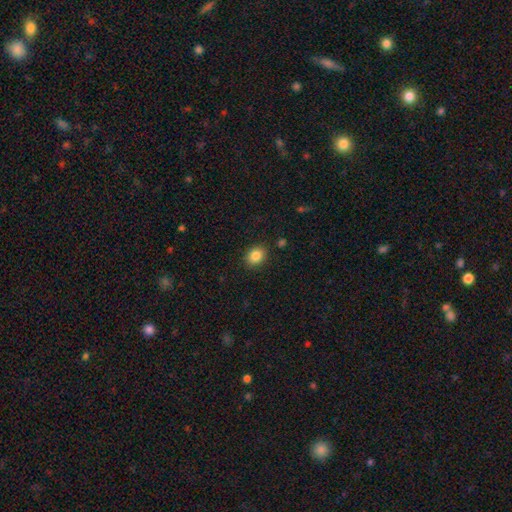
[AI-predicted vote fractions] Smooth or featured? smooth (85%)
How rounded? in between (50%)
Merging? none (88%)